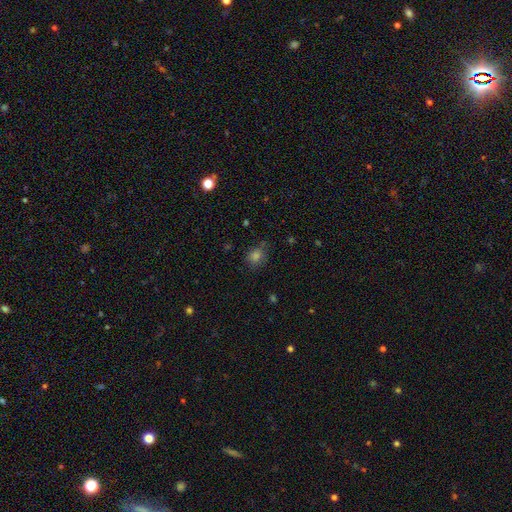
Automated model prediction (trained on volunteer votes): Smooth or featured? smooth (74%)
How rounded? round (69%)
Merging? none (75%)